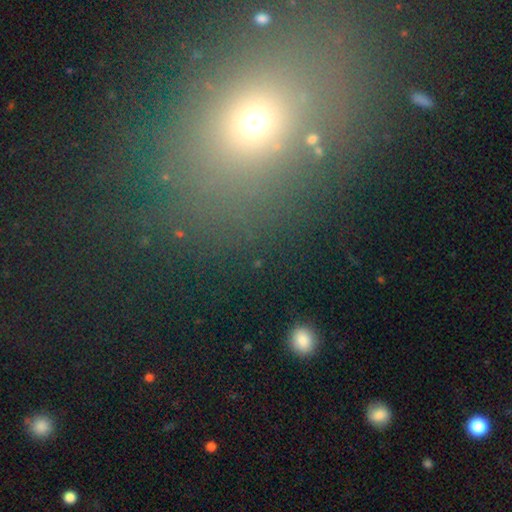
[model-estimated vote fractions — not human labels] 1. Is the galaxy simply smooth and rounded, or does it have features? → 54% smooth, 33% star or artifact, 12% featured or disk.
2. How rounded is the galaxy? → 51% round, 47% in between, 2% cigar-shaped.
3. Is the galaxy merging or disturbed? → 78% none, 10% minor disturbance, 7% major disturbance, 5% merger.